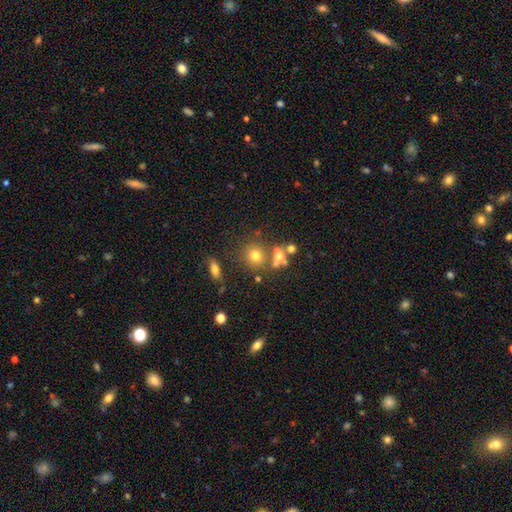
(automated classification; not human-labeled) Q: Smooth or featured?
A: smooth (69%); runner-up: star or artifact (17%)
Q: How rounded?
A: round (77%); runner-up: in between (22%)
Q: Merging?
A: none (60%); runner-up: merger (24%)